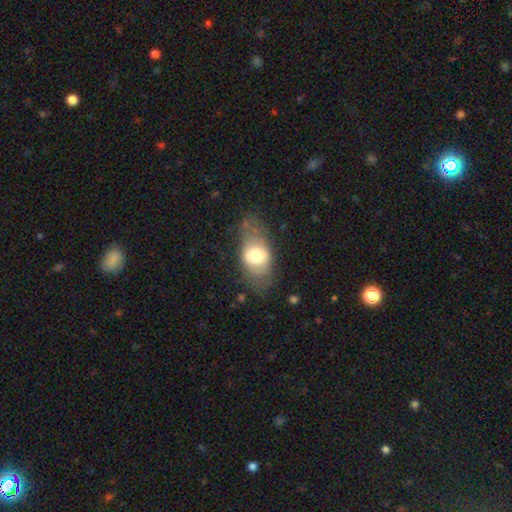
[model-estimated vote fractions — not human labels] Morphology: type=smooth (64%); roundness=in between (83%); merging=none (57%).